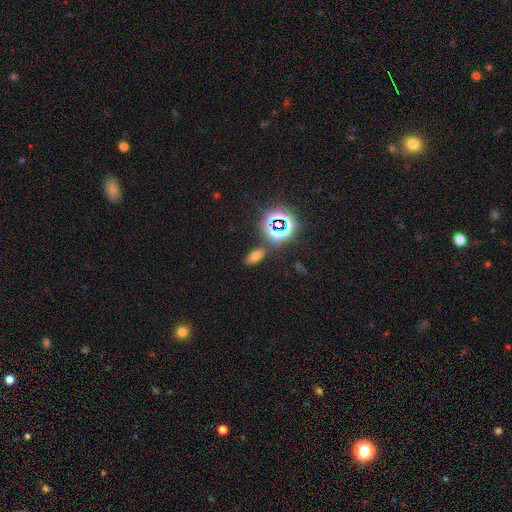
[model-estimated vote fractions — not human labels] A smooth galaxy with no disk features (58%) that is in between round and cigar-shaped (88%). Merging: none (81%).